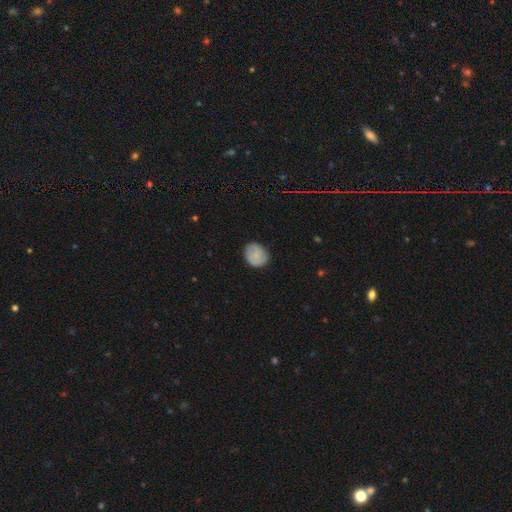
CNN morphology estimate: A smooth galaxy with no disk features (71%) that is round (69%).

Vote fractions:
- Smooth or featured? smooth: 71% / featured or disk: 22% / star or artifact: 7%
- How rounded? round: 69% / in between: 30% / cigar-shaped: 1%
- Merging? none: 81% / minor disturbance: 15% / major disturbance: 3% / merger: 1%